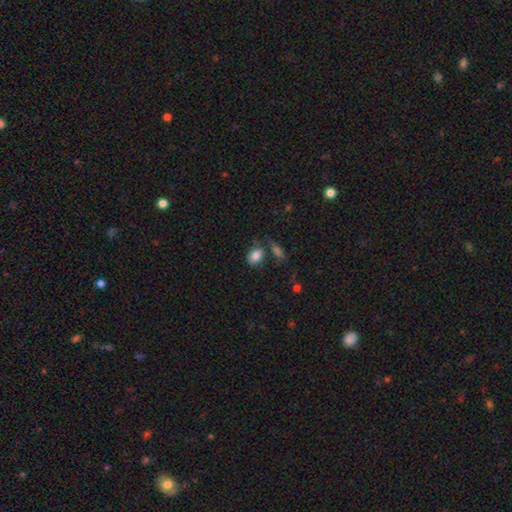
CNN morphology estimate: A smooth galaxy with no disk features (84%) that is in between round and cigar-shaped (81%).

Vote fractions:
- Smooth or featured? smooth: 84% / star or artifact: 8% / featured or disk: 7%
- How rounded? in between: 81% / round: 17% / cigar-shaped: 2%
- Merging? none: 64% / minor disturbance: 17% / merger: 14% / major disturbance: 6%